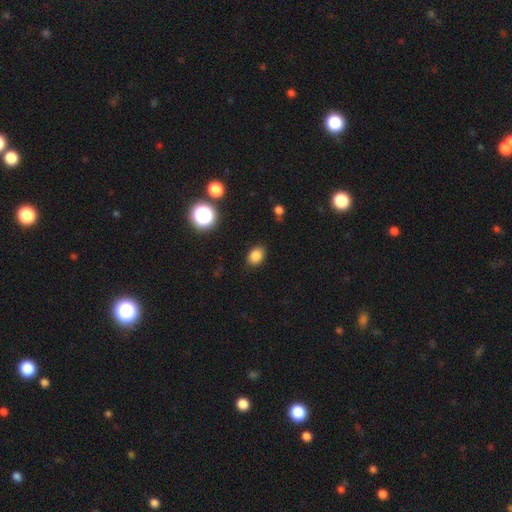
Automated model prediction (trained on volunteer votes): Smooth or featured: smooth — 83% (star or artifact — 13%)
How rounded: in between — 67% (round — 32%)
Merging: none — 86% (minor disturbance — 10%)